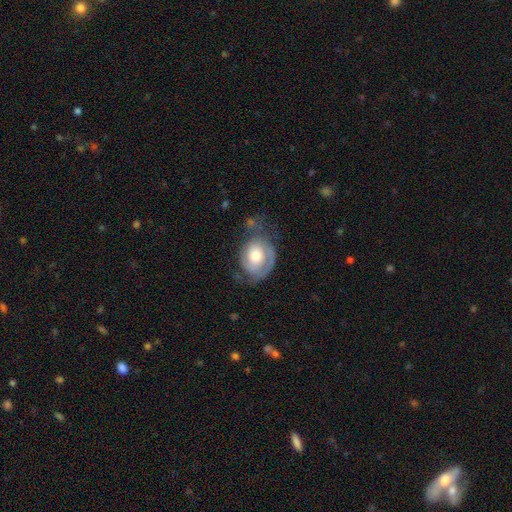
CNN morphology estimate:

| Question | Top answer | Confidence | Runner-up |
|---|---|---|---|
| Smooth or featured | featured or disk | 60% | smooth (34%) |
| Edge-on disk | no | 97% | yes (3%) |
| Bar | no | 79% | weak (18%) |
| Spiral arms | yes | 77% | no (23%) |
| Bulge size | moderate | 53% | large (27%) |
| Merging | none | 45% | minor disturbance (28%) |